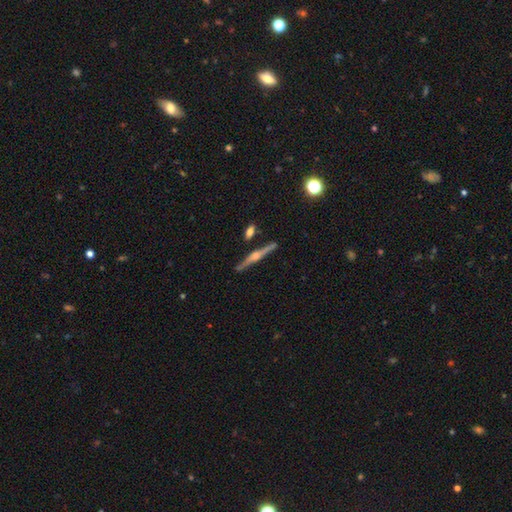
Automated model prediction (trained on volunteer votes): This is clearly a featured or disk galaxy (80%). It is clearly viewed edge-on (98%). Edge-on bulge: clearly rounded (89%). Merging: clearly none (86%).